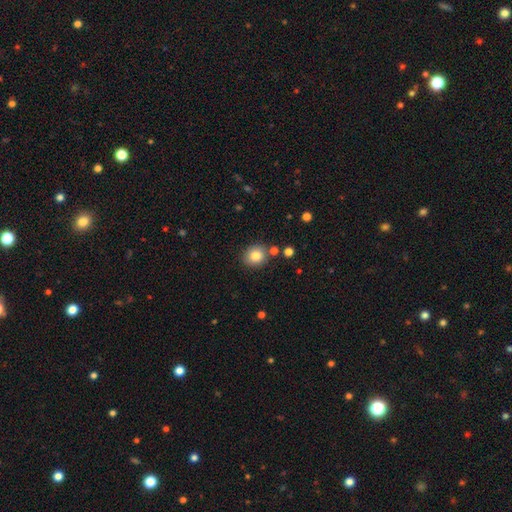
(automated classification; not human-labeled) Morphology: type=smooth (82%); roundness=round (81%); merging=none (82%).